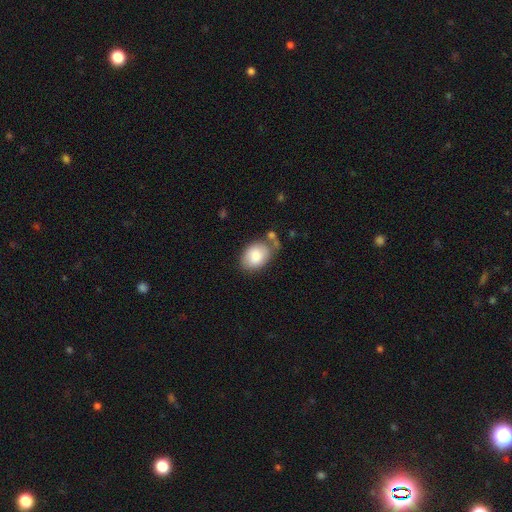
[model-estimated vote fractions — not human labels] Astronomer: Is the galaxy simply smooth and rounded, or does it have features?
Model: smooth — 82%.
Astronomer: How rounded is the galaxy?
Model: in between — 76%.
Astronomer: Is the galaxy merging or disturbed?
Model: none — 59%.